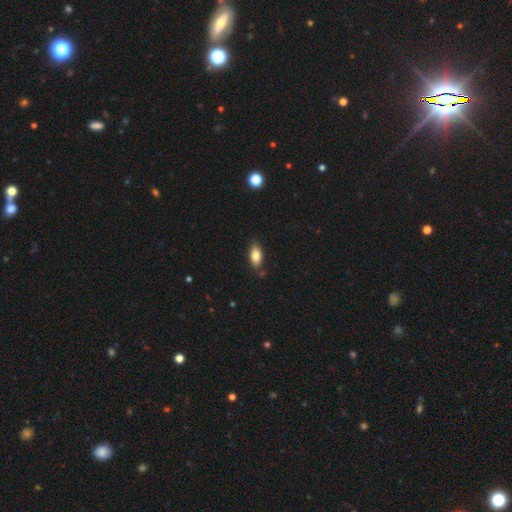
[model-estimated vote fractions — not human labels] Q: Smooth or featured?
A: smooth (80%); runner-up: featured or disk (12%)
Q: How rounded?
A: in between (88%); runner-up: cigar-shaped (8%)
Q: Merging?
A: none (81%); runner-up: minor disturbance (14%)